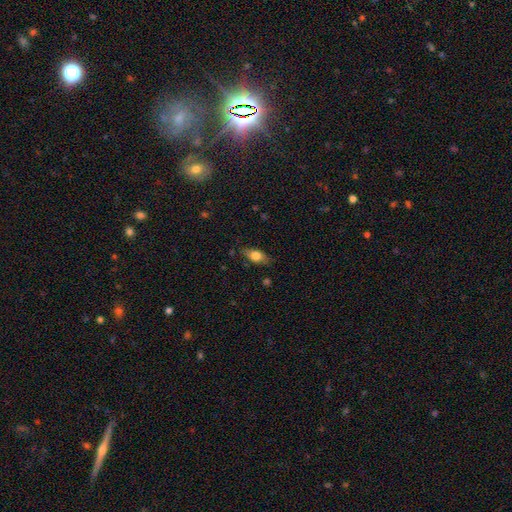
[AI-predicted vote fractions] The model was most divided on "smooth or featured": smooth: 72%, featured or disk: 20%, star or artifact: 8%. More confident: how rounded — in between (82%); merging — none (78%).